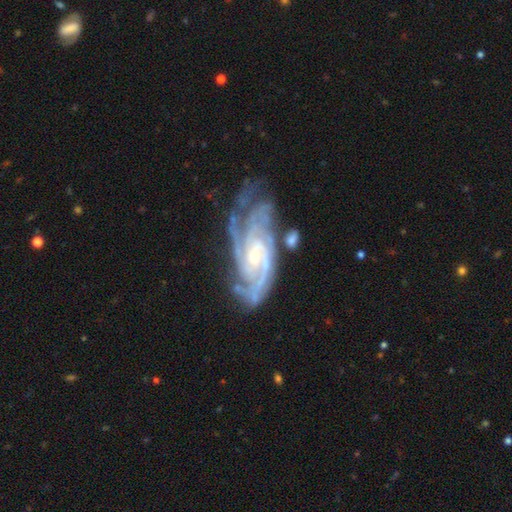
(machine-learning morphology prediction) The model was most divided on "spiral arm count": 3: 29%, 4: 23%, 2: 19%, can't tell: 15%, more than 4: 7%, 1: 6%. Remaining: spiral arms — yes (98%); edge-on disk — no (96%); smooth or featured — featured or disk (92%); bulge size — small (65%); spiral winding — tight (65%); merging — none (60%); bar — no (49%).